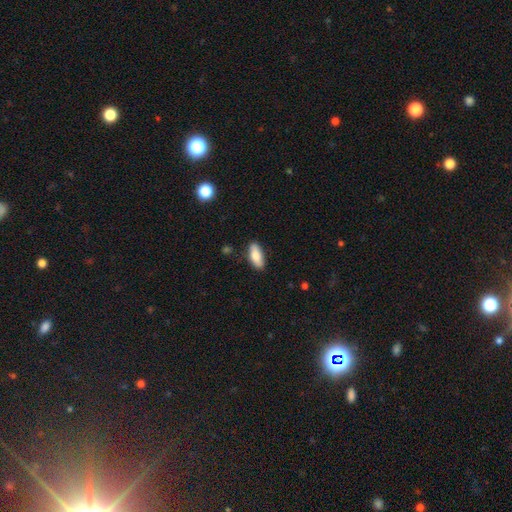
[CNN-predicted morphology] A smooth galaxy with no disk features (83%) that is in between round and cigar-shaped (79%). Merging: none (83%).